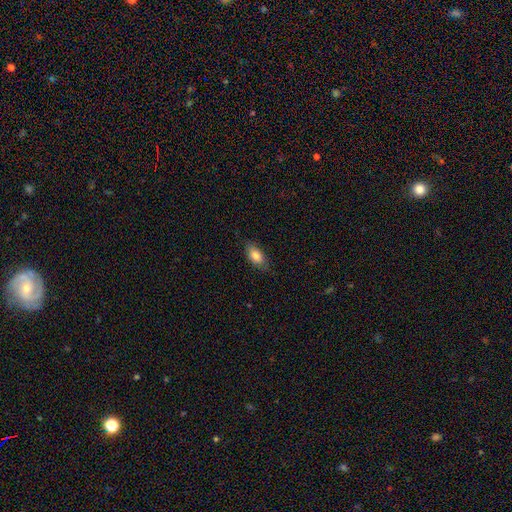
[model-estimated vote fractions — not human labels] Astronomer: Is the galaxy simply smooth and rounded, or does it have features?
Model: smooth — 82%.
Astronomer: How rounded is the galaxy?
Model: in between — 90%.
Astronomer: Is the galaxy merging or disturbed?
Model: none — 80%.